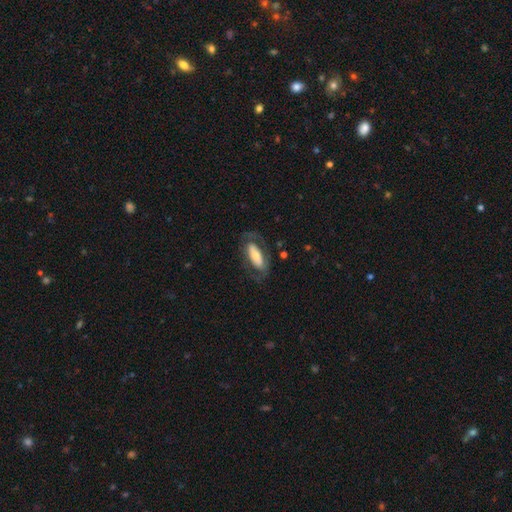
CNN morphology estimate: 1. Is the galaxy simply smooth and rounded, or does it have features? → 48% featured or disk, 46% smooth, 6% star or artifact.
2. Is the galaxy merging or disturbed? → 65% none, 17% minor disturbance, 16% major disturbance, 2% merger.